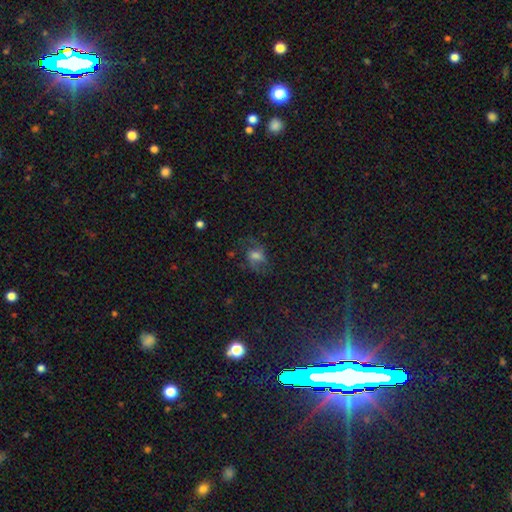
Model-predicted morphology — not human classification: A featured or disk galaxy (47%). Merging: none (60%).